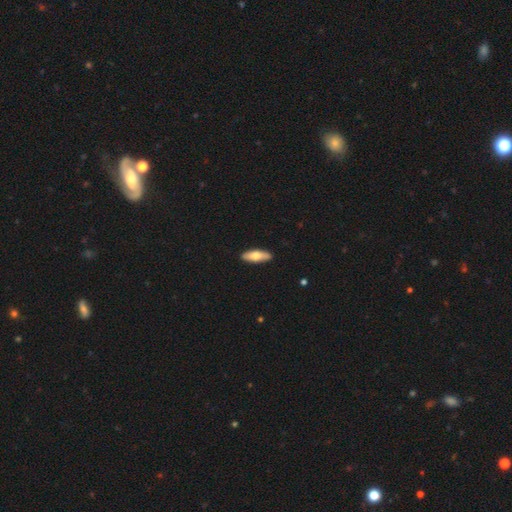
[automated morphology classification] Smooth or featured? smooth (68%)
How rounded? in between (59%)
Merging? none (89%)